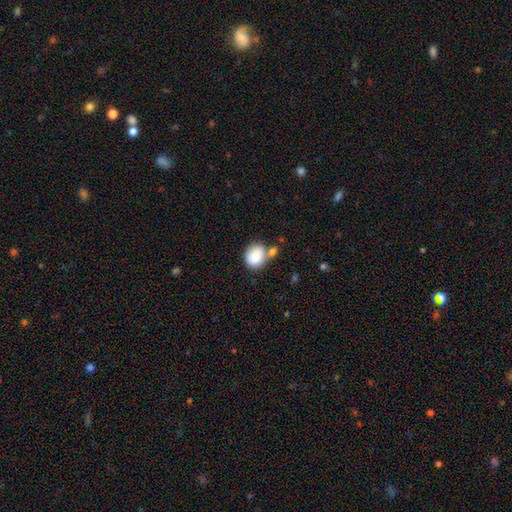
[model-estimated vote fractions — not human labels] Smooth or featured?
  - smooth: 84% *
  - featured or disk: 8%
  - star or artifact: 8%
How rounded?
  - round: 68% *
  - in between: 31%
  - cigar-shaped: 1%
Merging?
  - none: 53% *
  - merger: 26%
  - minor disturbance: 16%
  - major disturbance: 5%